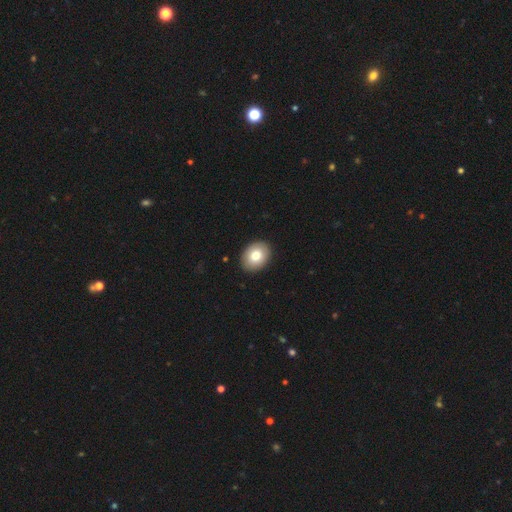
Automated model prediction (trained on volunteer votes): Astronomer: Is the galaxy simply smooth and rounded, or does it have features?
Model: smooth — 78%.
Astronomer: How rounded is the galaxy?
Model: in between — 64%.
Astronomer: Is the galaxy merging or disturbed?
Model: none — 91%.